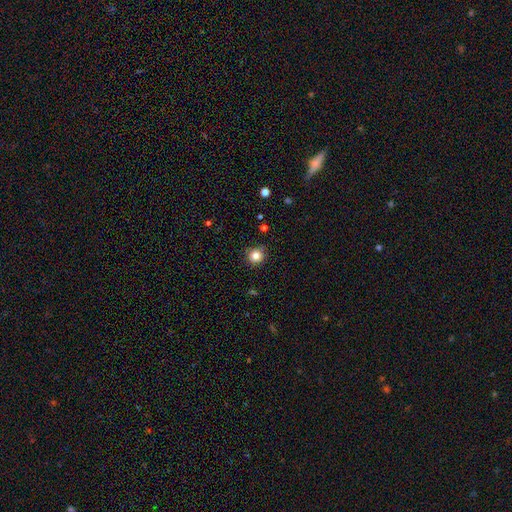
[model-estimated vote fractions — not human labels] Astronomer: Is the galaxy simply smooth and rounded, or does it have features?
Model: smooth — 83%.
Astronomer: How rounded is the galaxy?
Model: round — 91%.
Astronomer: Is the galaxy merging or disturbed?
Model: none — 88%.